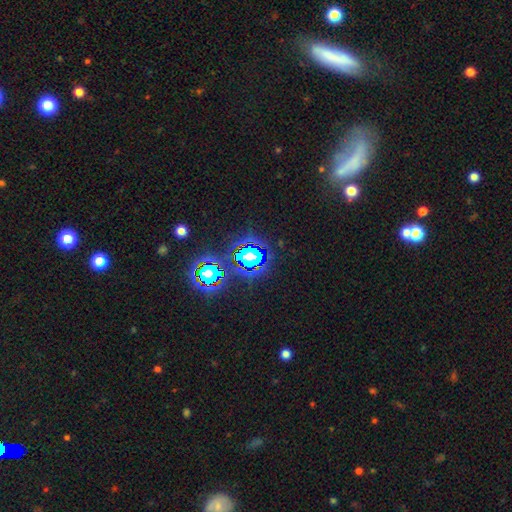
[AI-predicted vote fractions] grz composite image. It shows a star or artifact, not a galaxy (74%).